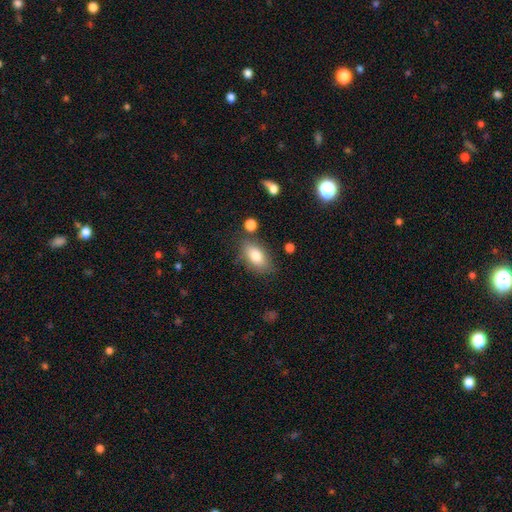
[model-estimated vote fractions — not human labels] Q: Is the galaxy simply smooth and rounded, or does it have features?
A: smooth — 80%.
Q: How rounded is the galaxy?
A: in between — 89%.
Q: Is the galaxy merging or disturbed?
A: none — 75%.